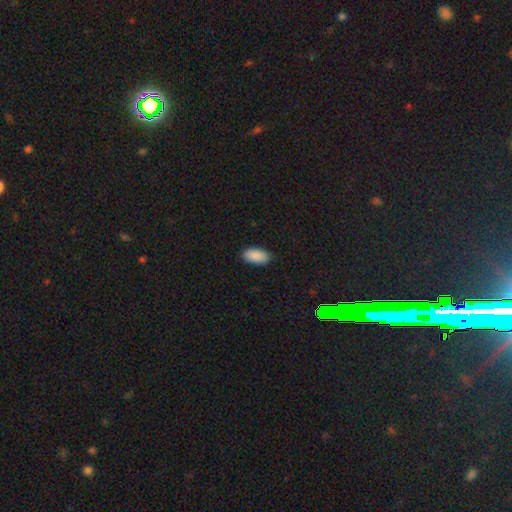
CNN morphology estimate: type=smooth (90%); roundness=in between (94%); merging=none (89%).